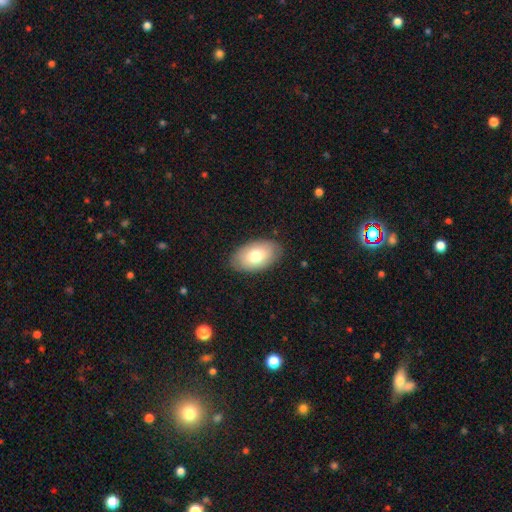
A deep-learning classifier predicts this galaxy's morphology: Overall: smooth (75%). How rounded: in between (94%). Merging: none (85%).